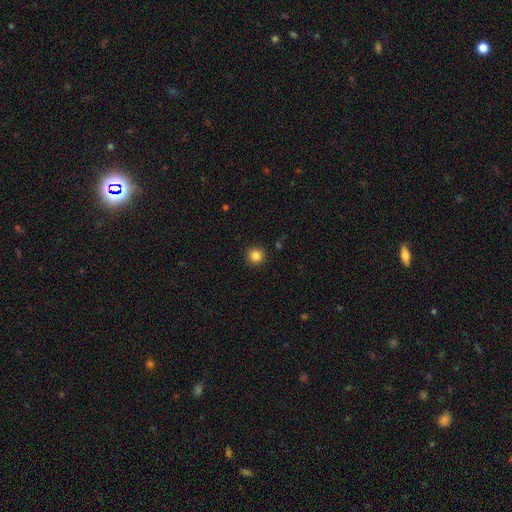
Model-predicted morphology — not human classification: Smooth or featured? Predicted: smooth (p=0.84). How rounded? Predicted: round (p=0.95). Merging? Predicted: none (p=0.91).